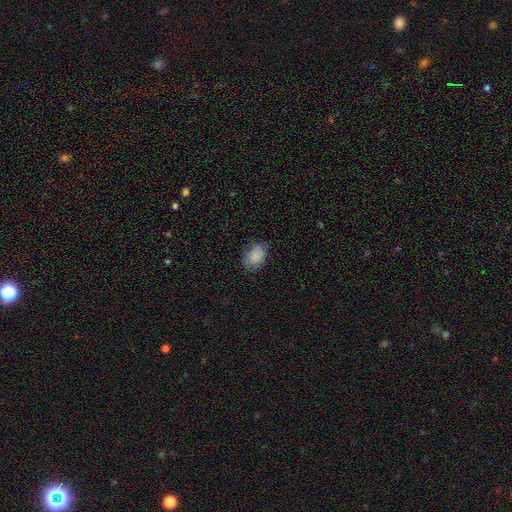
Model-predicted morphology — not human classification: A smooth galaxy with no disk features (84%) that is in between round and cigar-shaped (77%). Merging: none (67%).